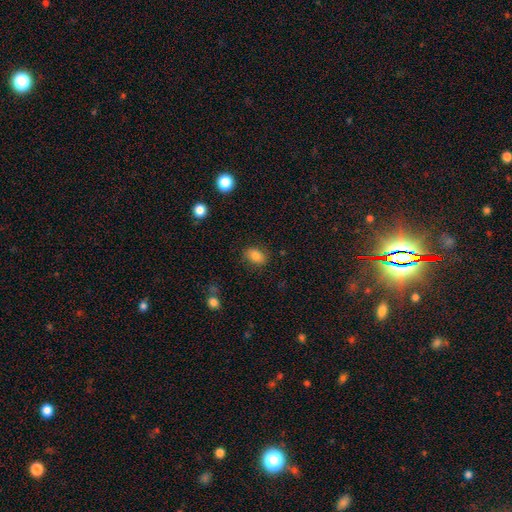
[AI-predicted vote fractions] Smooth or featured: smooth — 83% (star or artifact — 9%)
How rounded: in between — 80% (round — 19%)
Merging: none — 85% (minor disturbance — 11%)